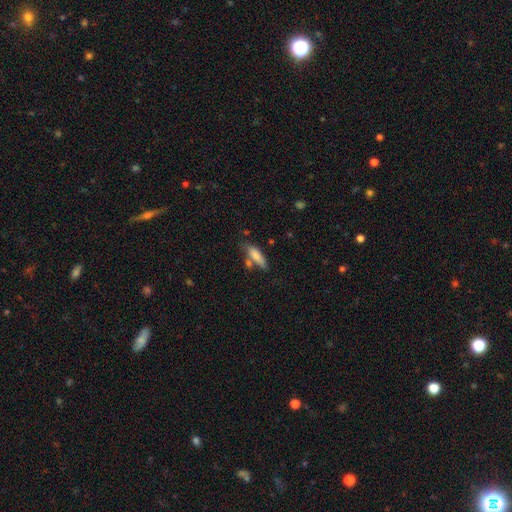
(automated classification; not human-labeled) A smooth galaxy with no disk features (76%) that is cigar-shaped (51%).

Vote fractions:
- Smooth or featured? smooth: 76% / featured or disk: 17% / star or artifact: 7%
- How rounded? cigar-shaped: 51% / in between: 47% / round: 2%
- Merging? none: 57% / minor disturbance: 20% / merger: 17% / major disturbance: 6%